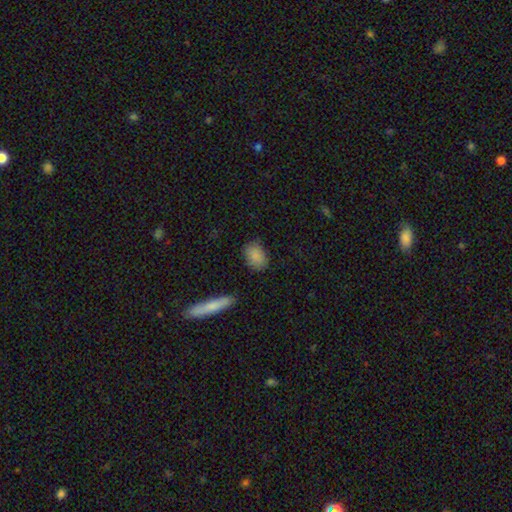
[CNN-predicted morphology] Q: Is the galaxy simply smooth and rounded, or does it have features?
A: smooth — 87%.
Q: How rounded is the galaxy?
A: in between — 79%.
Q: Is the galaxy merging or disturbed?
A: none — 79%.